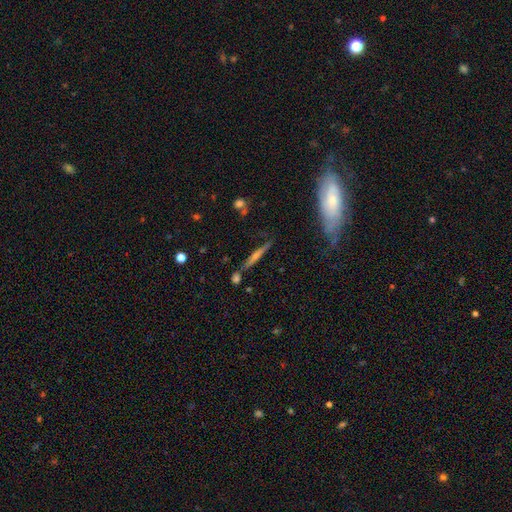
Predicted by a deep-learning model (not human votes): A featured or disk galaxy (64%) viewed edge-on (94%) with a rounded central bulge (63%).

Vote fractions:
- Smooth or featured? featured or disk: 64% / smooth: 26% / star or artifact: 10%
- Edge-on disk? yes: 94% / no: 6%
- Edge-on bulge? rounded: 63% / none: 25% / boxy: 12%
- Merging? none: 78% / minor disturbance: 13% / merger: 5% / major disturbance: 4%